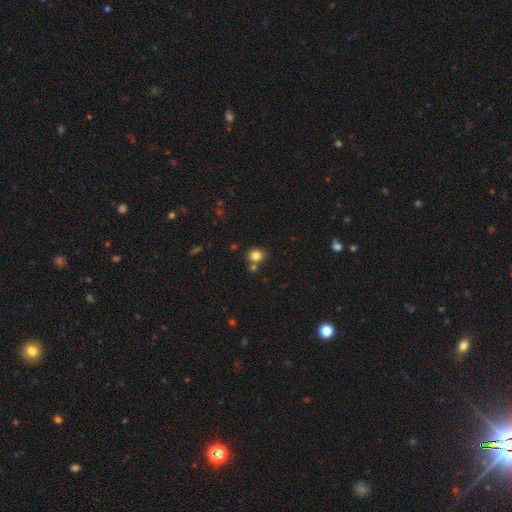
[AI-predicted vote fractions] A smooth galaxy with no disk features (81%) that is round (73%). Merging: none (72%).